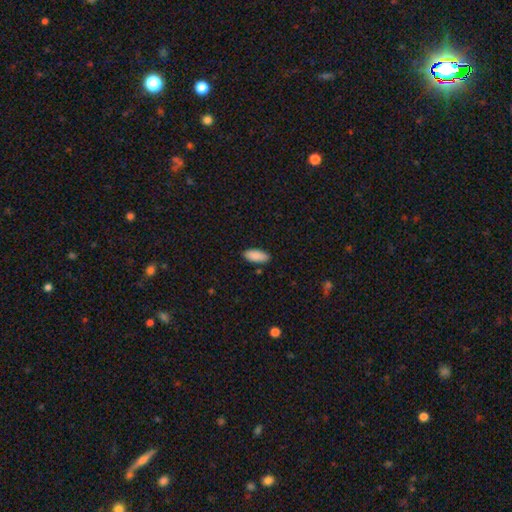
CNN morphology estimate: Smooth or featured: smooth — 89% (star or artifact — 6%)
How rounded: in between — 86% (cigar-shaped — 12%)
Merging: none — 88% (minor disturbance — 9%)